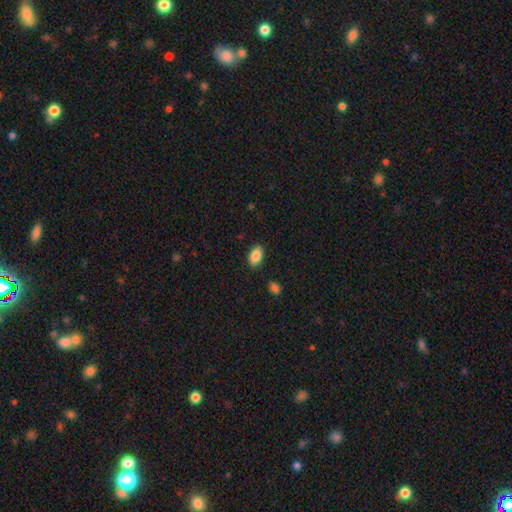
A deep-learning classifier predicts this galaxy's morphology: Smooth or featured? Predicted: smooth (p=0.87). How rounded? Predicted: in between (p=0.92). Merging? Predicted: none (p=0.86).